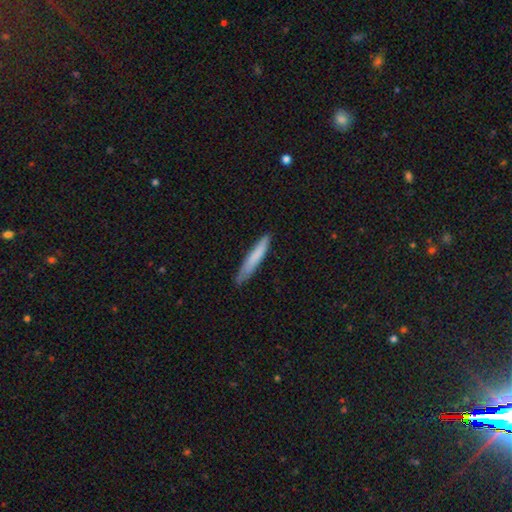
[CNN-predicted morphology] This appears to be a smooth galaxy with no disk features (75%) that is cigar-shaped (94%). Merging: none (81%).